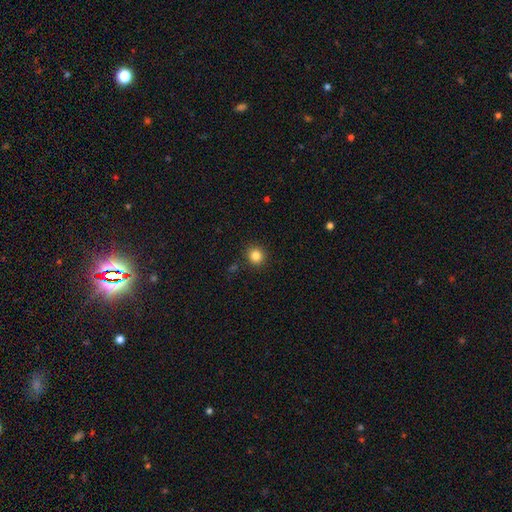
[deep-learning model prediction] Morphology: type=smooth (84%); roundness=round (91%); merging=none (90%).